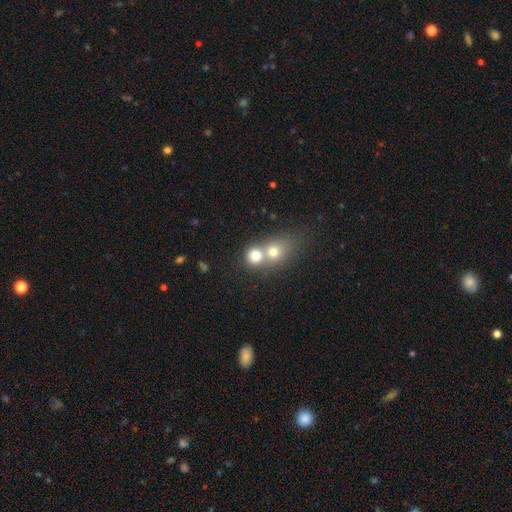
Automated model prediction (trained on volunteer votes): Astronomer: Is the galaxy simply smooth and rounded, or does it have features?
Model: smooth — 73%.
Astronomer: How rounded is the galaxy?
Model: round — 77%.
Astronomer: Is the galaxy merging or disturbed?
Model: merger — 64%.